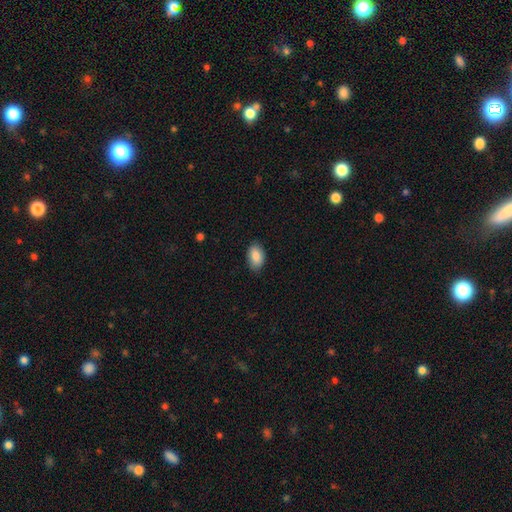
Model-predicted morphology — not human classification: A smooth galaxy with no disk features (85%) that is in between round and cigar-shaped (93%).

Vote fractions:
- Smooth or featured? smooth: 85% / featured or disk: 9% / star or artifact: 7%
- How rounded? in between: 93% / round: 6% / cigar-shaped: 2%
- Merging? none: 85% / minor disturbance: 12% / major disturbance: 2% / merger: 1%